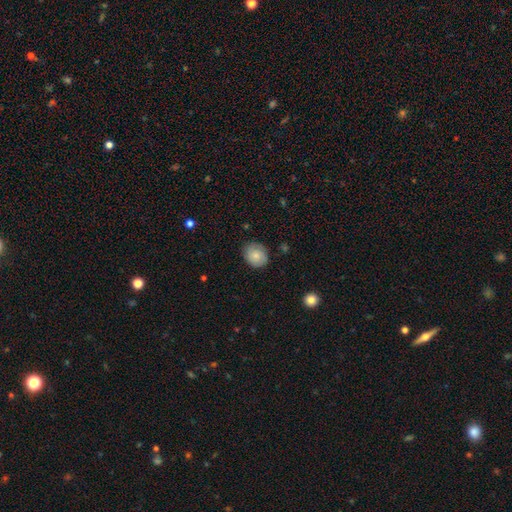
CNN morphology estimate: A smooth galaxy with no disk features (77%) that is round (63%).

Vote fractions:
- Smooth or featured? smooth: 77% / featured or disk: 15% / star or artifact: 7%
- How rounded? round: 63% / in between: 36% / cigar-shaped: 1%
- Merging? none: 80% / minor disturbance: 15% / major disturbance: 3% / merger: 1%